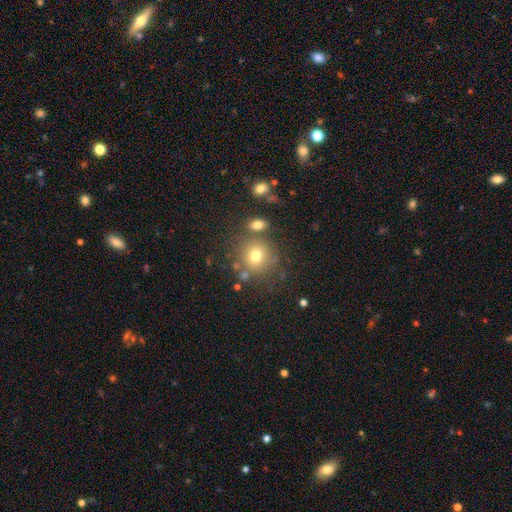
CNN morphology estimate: A smooth galaxy with no disk features (72%) that is round (87%). Merging: none (71%).